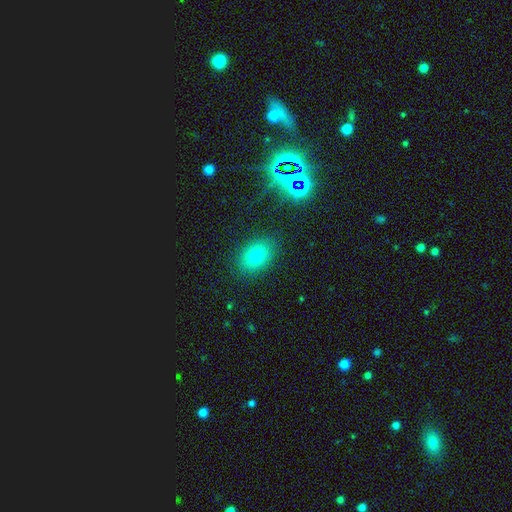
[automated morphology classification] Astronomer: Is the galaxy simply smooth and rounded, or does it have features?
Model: smooth — 76%.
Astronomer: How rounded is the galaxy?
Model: in between — 75%.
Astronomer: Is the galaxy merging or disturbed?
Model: none — 86%.